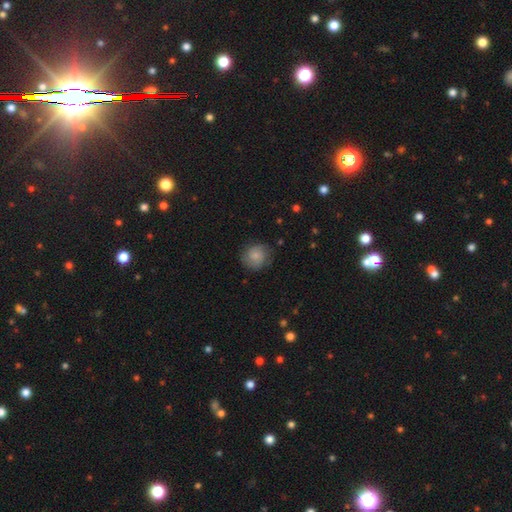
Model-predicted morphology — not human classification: This is likely a smooth galaxy (67%). How rounded: clearly round (84%). Merging: likely none (77%).